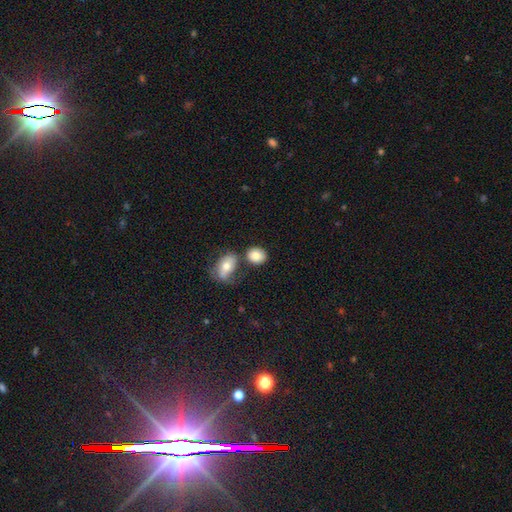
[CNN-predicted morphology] This appears to be a smooth galaxy with no disk features (83%) that is round (50%). Merging: none (57%).